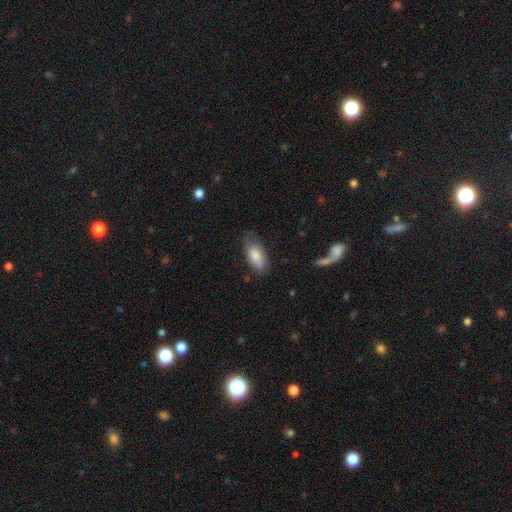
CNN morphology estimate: Smooth or featured?
  - smooth: 82% *
  - featured or disk: 12%
  - star or artifact: 6%
How rounded?
  - in between: 91% *
  - cigar-shaped: 6%
  - round: 3%
Merging?
  - none: 68% *
  - minor disturbance: 24%
  - major disturbance: 6%
  - merger: 2%